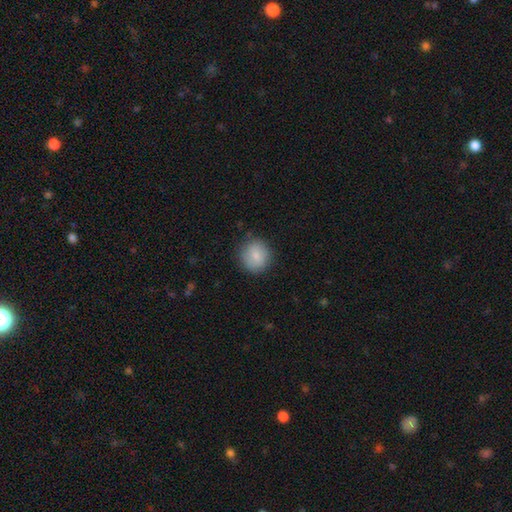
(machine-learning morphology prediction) Smooth or featured? Predicted: smooth (p=0.82). How rounded? Predicted: round (p=0.87). Merging? Predicted: none (p=0.84).